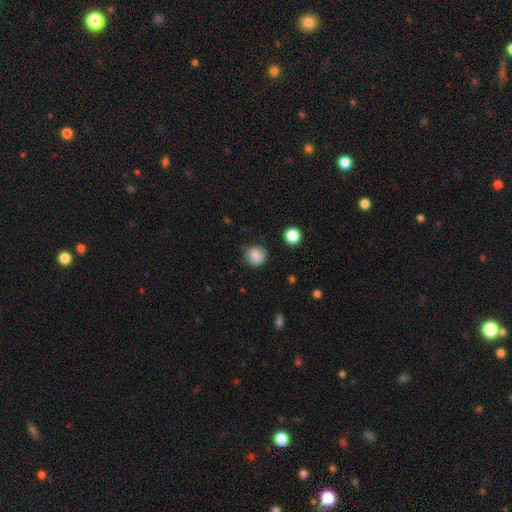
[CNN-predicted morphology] Smooth or featured? Predicted: smooth (p=0.85). How rounded? Predicted: round (p=0.83). Merging? Predicted: none (p=0.73).